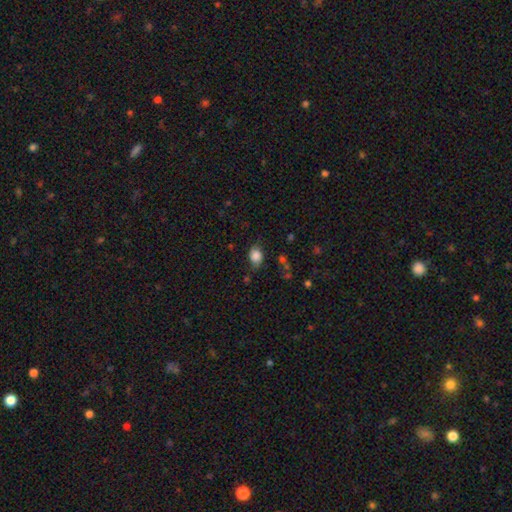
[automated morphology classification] Smooth or featured?
  - smooth: 82% *
  - star or artifact: 9%
  - featured or disk: 9%
How rounded?
  - in between: 66% *
  - round: 33%
  - cigar-shaped: 1%
Merging?
  - none: 62% *
  - minor disturbance: 27%
  - major disturbance: 8%
  - merger: 3%